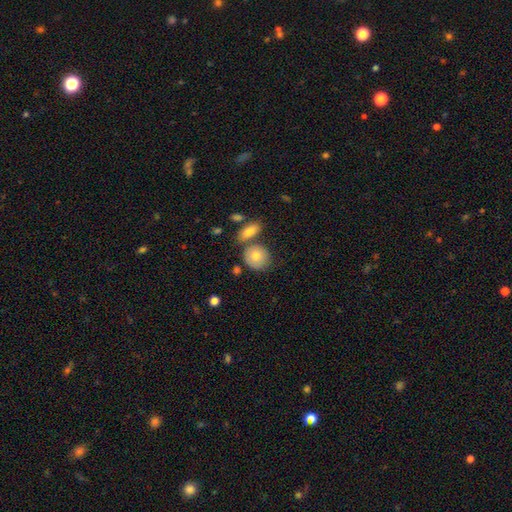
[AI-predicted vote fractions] Smooth or featured? Predicted: smooth (p=0.75). How rounded? Predicted: round (p=0.71). Merging? Predicted: none (p=0.64).